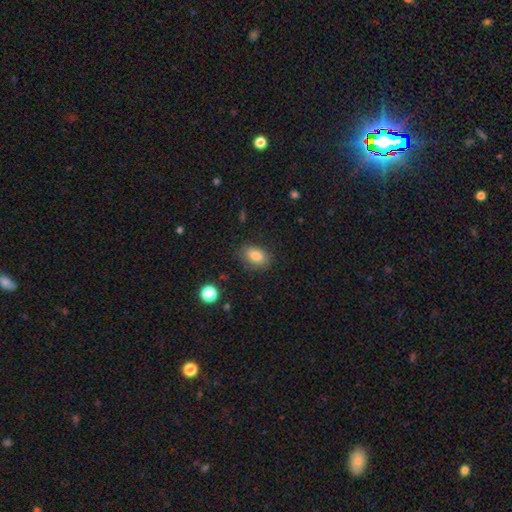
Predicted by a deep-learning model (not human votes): Smooth or featured: smooth — 84% (star or artifact — 9%)
How rounded: in between — 85% (round — 13%)
Merging: none — 81% (minor disturbance — 14%)